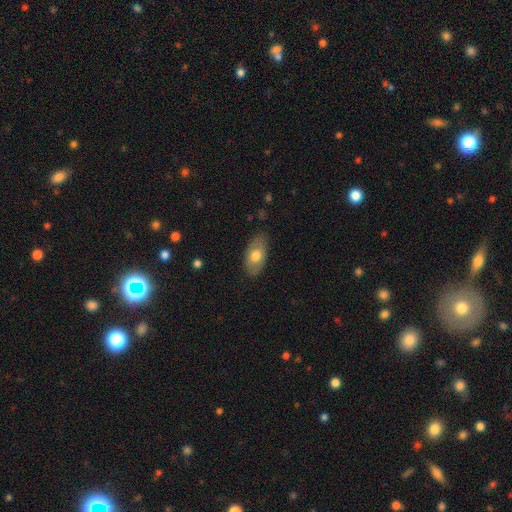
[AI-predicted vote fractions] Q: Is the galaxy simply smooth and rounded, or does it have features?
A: smooth — 69%.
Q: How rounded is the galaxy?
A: in between — 92%.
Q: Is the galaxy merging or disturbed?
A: none — 78%.